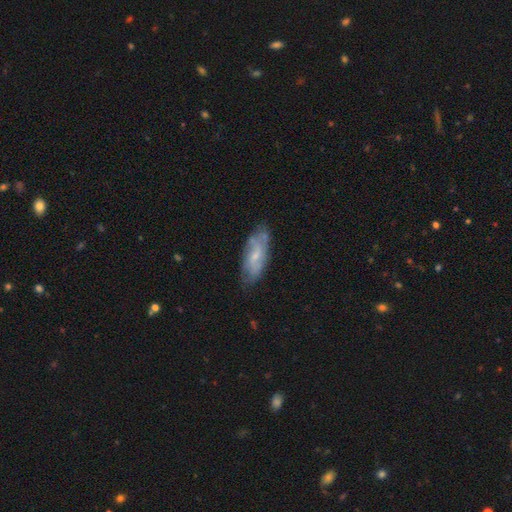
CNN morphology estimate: A featured or disk galaxy (54%). Merging: none (68%).